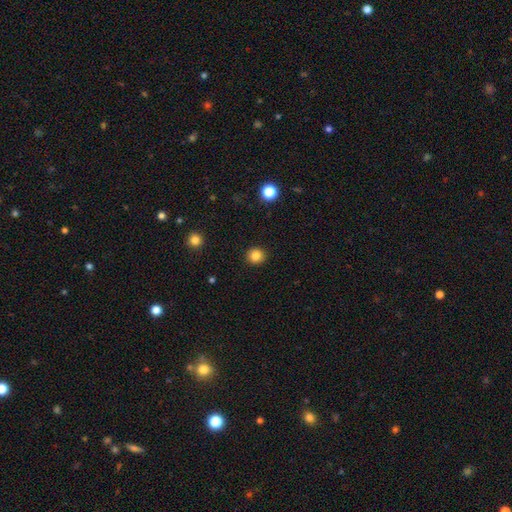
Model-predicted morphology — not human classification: Overall: smooth (84%). How rounded: round (90%). Merging: none (92%).